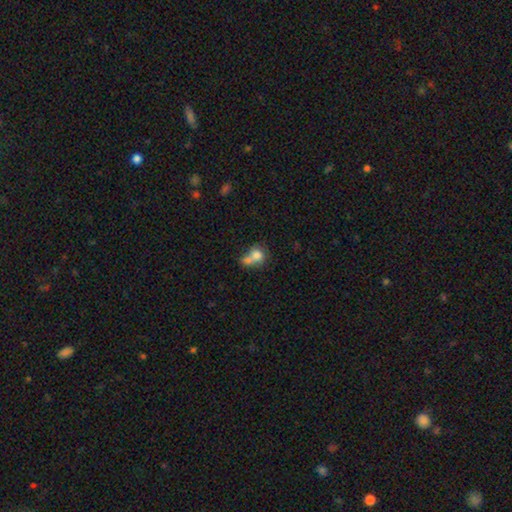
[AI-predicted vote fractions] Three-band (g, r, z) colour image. It shows a smooth galaxy with no disk features (74%) that is round (55%). Merging: merger (62%).